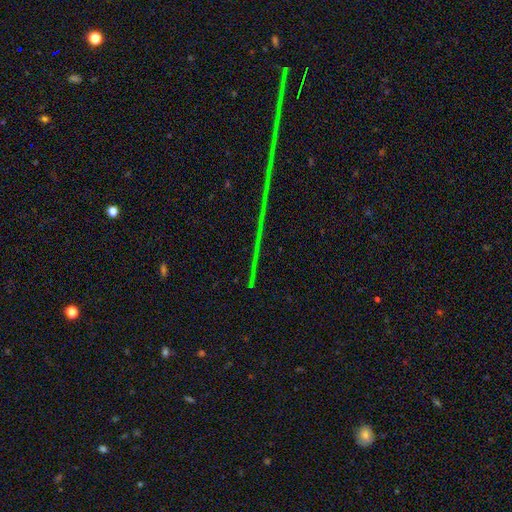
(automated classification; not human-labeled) Overall: star or artifact (84%).